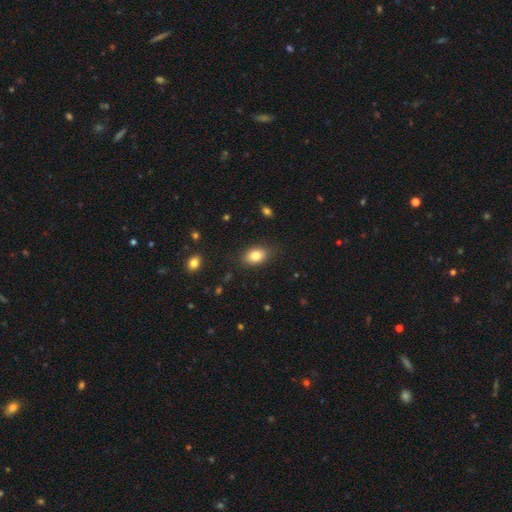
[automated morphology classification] Smooth or featured? Predicted: smooth (p=0.81). How rounded? Predicted: in between (p=0.85). Merging? Predicted: none (p=0.83).